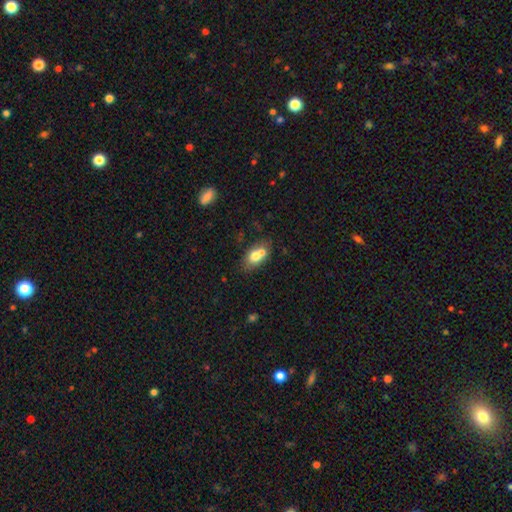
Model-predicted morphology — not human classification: Smooth or featured? smooth (70%)
How rounded? in between (75%)
Merging? merger (45%)